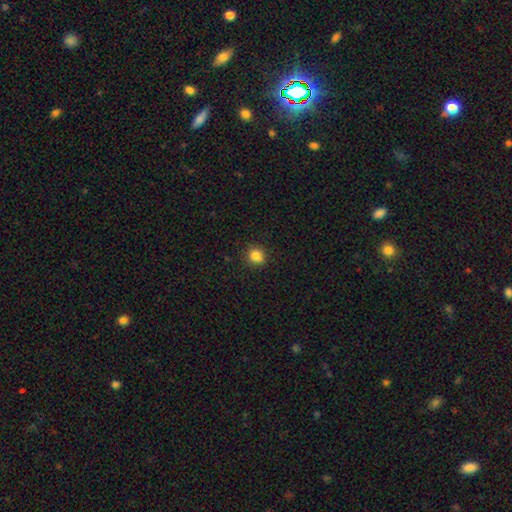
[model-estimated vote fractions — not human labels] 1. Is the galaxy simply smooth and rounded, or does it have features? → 83% smooth, 12% star or artifact, 5% featured or disk.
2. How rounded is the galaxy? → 87% round, 12% in between, 1% cigar-shaped.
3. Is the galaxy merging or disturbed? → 89% none, 8% minor disturbance, 2% major disturbance, 1% merger.